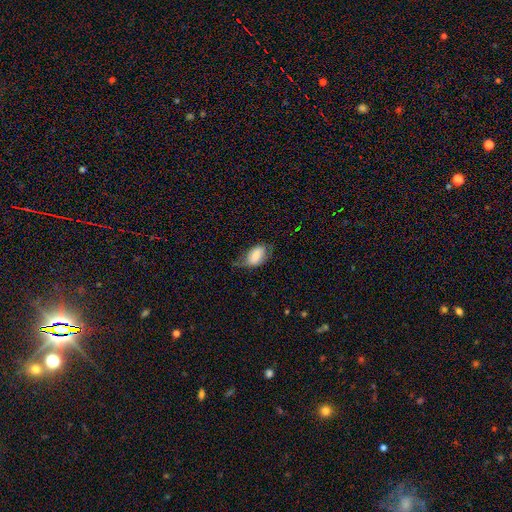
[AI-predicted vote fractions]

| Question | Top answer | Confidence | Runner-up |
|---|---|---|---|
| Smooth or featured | smooth | 66% | featured or disk (26%) |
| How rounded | in between | 90% | round (8%) |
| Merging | none | 43% | minor disturbance (36%) |